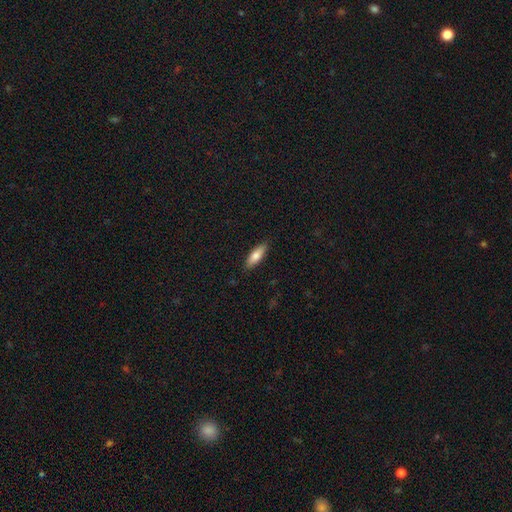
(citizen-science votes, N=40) Overall: smooth (72%). How rounded: in between (52%; cigar-shaped 45%). Merging: none (76%).